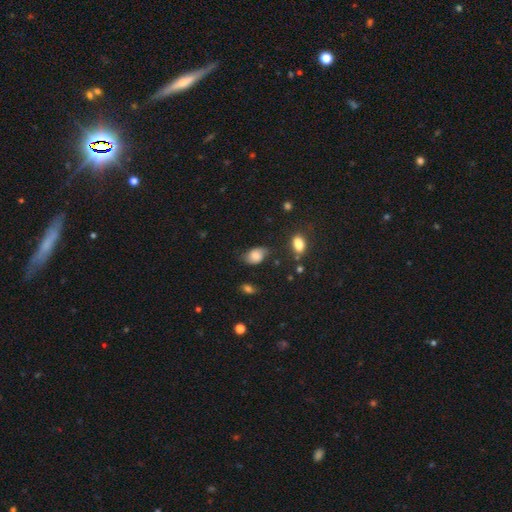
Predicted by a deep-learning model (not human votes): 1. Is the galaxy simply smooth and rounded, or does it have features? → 75% smooth, 16% featured or disk, 9% star or artifact.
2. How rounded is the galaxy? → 84% in between, 15% round, 2% cigar-shaped.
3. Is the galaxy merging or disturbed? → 59% none, 30% minor disturbance, 8% major disturbance, 3% merger.